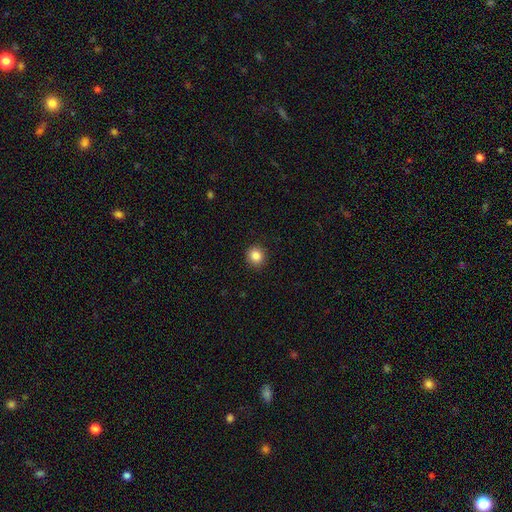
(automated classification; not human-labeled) smooth-or-featured: smooth: 86% | star or artifact: 10% | featured or disk: 4%
  how-rounded: round: 87% | in between: 12% | cigar-shaped: 1%
  merging: none: 90% | minor disturbance: 7% | major disturbance: 2% | merger: 1%